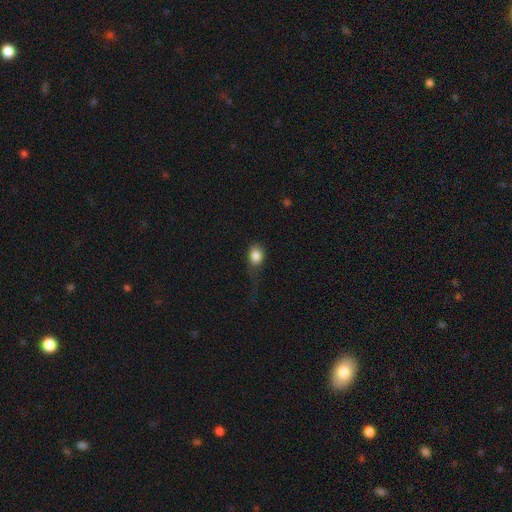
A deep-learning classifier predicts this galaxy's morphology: A smooth galaxy with no disk features (84%) that is in between round and cigar-shaped (63%). Merging: none (49%).